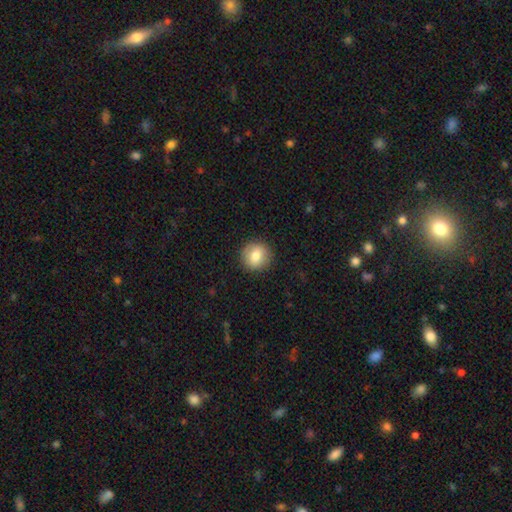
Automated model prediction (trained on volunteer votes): This appears to be a smooth galaxy with no disk features (78%) that is round (91%). Merging: none (90%).